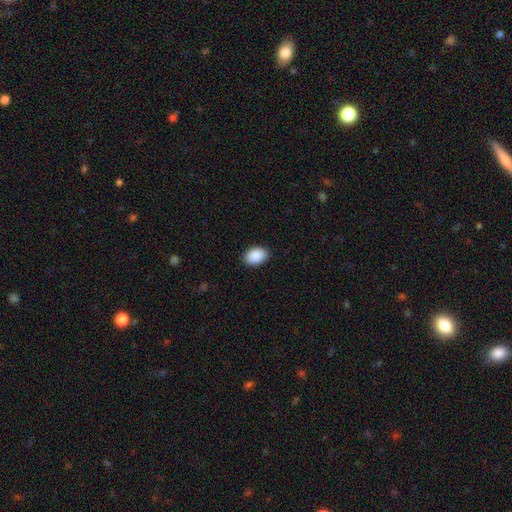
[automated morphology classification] This is clearly a smooth galaxy (91%). How rounded: clearly in between (82%). Merging: clearly none (89%).